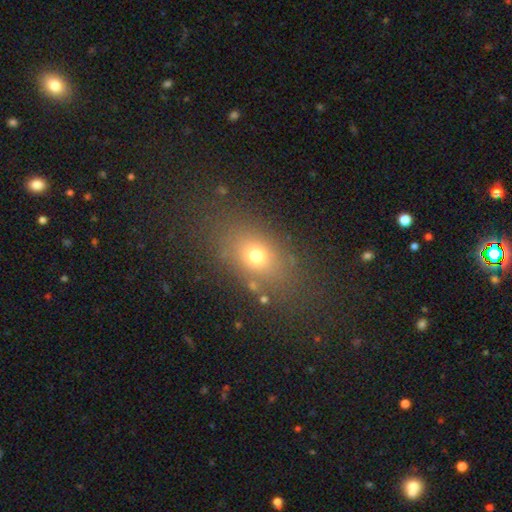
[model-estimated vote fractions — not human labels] Morphology: type=smooth (71%); roundness=in between (71%); merging=none (79%).